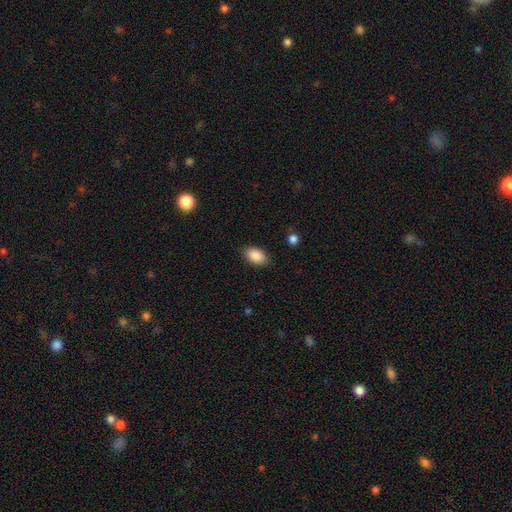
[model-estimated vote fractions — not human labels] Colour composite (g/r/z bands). It shows a smooth galaxy with no disk features (88%) that is in between round and cigar-shaped (92%). Merging: none (86%).